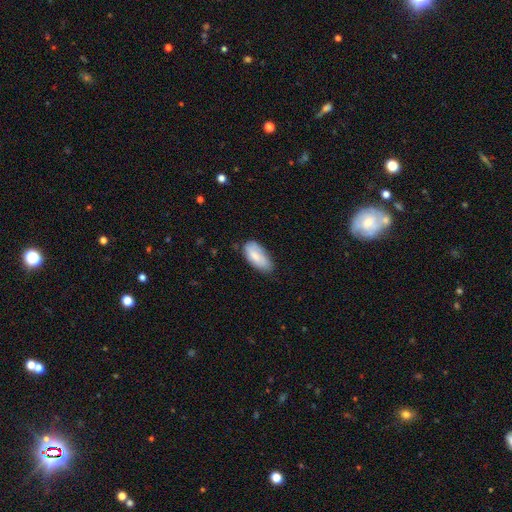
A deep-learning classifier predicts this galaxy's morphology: Smooth or featured?
  - smooth: 77% *
  - featured or disk: 17%
  - star or artifact: 6%
How rounded?
  - in between: 90% *
  - cigar-shaped: 8%
  - round: 2%
Merging?
  - none: 63% *
  - minor disturbance: 30%
  - major disturbance: 6%
  - merger: 2%